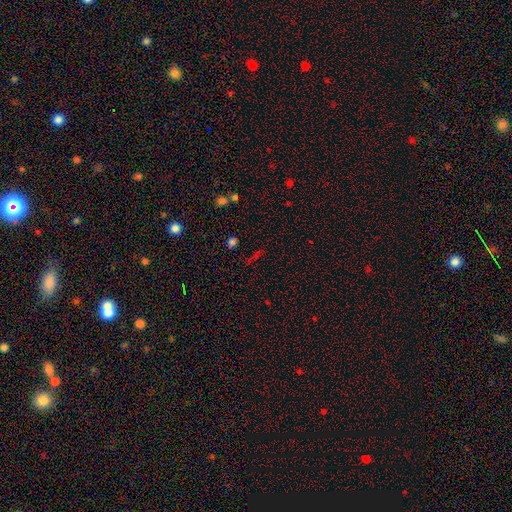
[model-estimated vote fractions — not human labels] smooth-or-featured: star or artifact: 61% | smooth: 28% | featured or disk: 11%